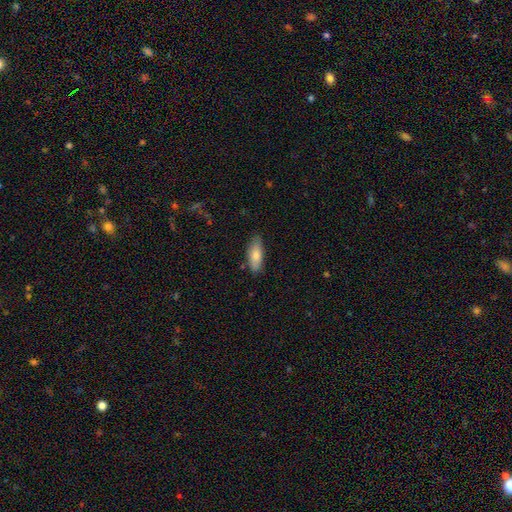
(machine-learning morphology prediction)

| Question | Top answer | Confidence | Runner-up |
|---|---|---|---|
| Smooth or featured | smooth | 80% | featured or disk (14%) |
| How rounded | in between | 74% | cigar-shaped (24%) |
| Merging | none | 79% | minor disturbance (17%) |